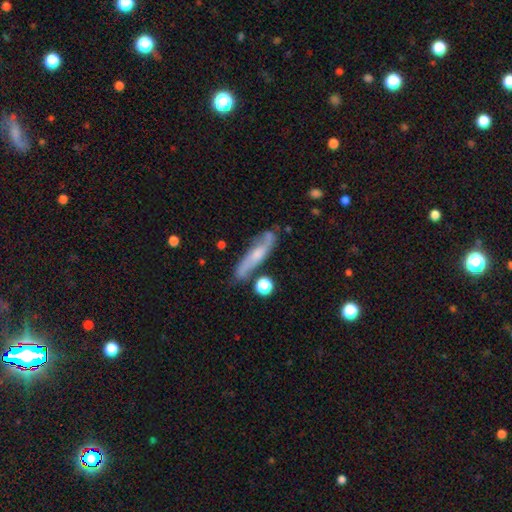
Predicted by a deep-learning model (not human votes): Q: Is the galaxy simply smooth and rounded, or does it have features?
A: featured or disk — 57%.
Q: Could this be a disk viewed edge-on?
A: no — 53%.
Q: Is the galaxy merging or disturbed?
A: none — 67%.